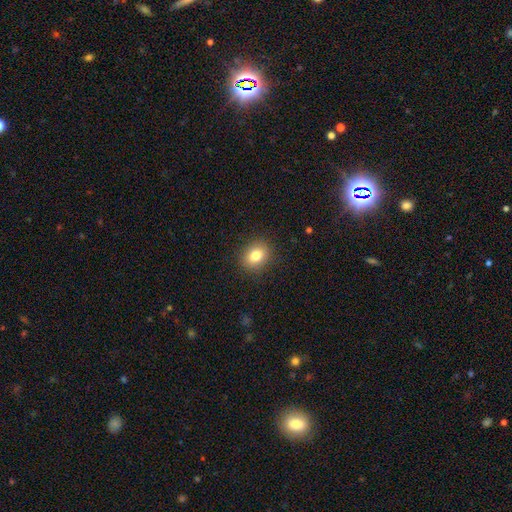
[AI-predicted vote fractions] Smooth or featured: smooth — 81% (star or artifact — 10%)
How rounded: round — 51% (in between — 48%)
Merging: none — 89% (minor disturbance — 7%)